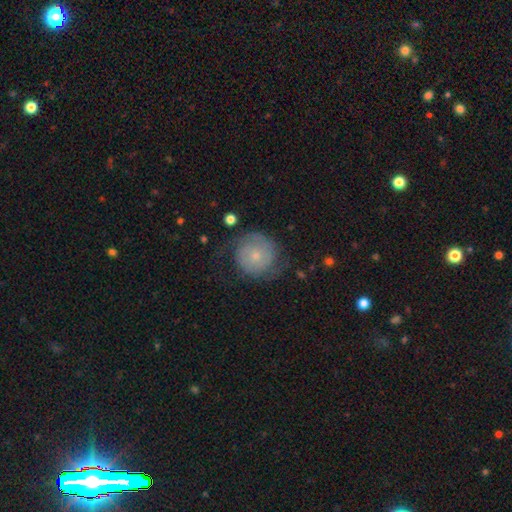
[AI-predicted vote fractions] This appears to be a featured or disk galaxy (68%) with no bar (79%), 2 (74%) tight (51%) spiral arms (91%) and a small central bulge (68%). Merging: none (66%).